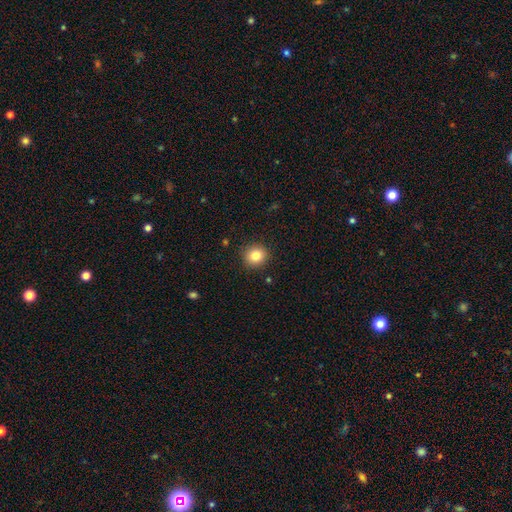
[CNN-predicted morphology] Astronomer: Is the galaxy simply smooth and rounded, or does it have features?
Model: smooth — 83%.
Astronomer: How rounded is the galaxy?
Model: round — 91%.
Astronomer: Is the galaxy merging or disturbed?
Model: none — 91%.